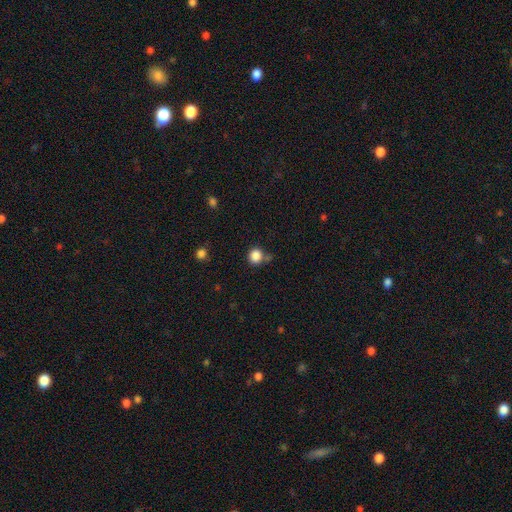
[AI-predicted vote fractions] smooth-or-featured: smooth: 86% | star or artifact: 11% | featured or disk: 4%
  how-rounded: round: 83% | in between: 16% | cigar-shaped: 1%
  merging: none: 70% | minor disturbance: 14% | merger: 12% | major disturbance: 4%